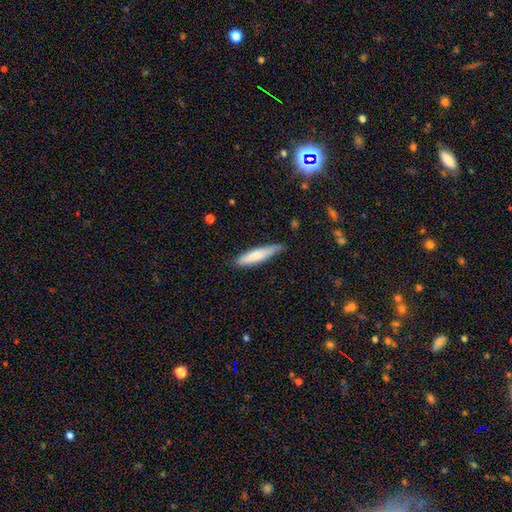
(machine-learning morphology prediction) This is likely a smooth galaxy (74%). How rounded: clearly cigar-shaped (83%). Merging: likely none (73%).